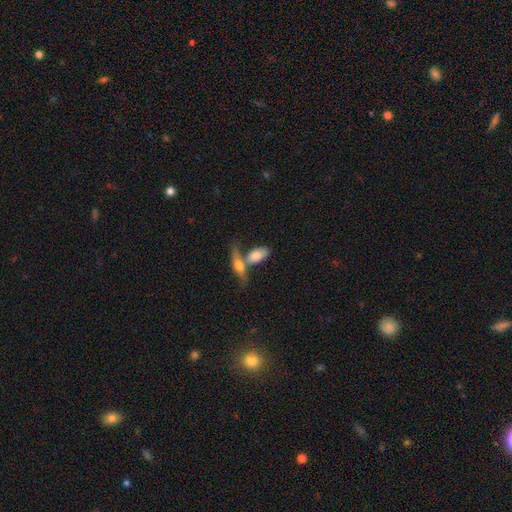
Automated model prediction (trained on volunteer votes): smooth-or-featured: smooth: 73% | featured or disk: 21% | star or artifact: 6%
  how-rounded: in between: 87% | cigar-shaped: 9% | round: 4%
  merging: merger: 54% | none: 30% | minor disturbance: 10% | major disturbance: 6%